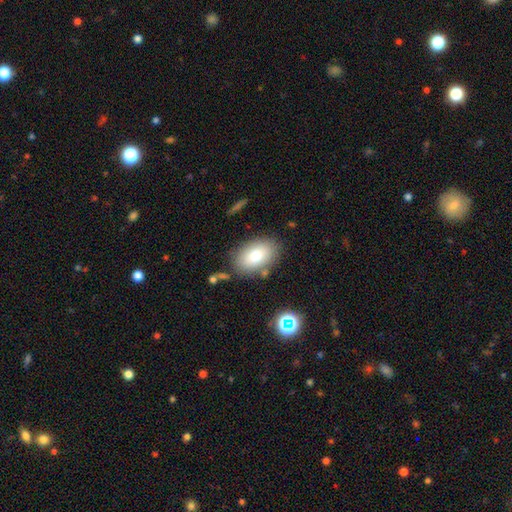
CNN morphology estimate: Smooth or featured? smooth (75%)
How rounded? in between (88%)
Merging? none (80%)